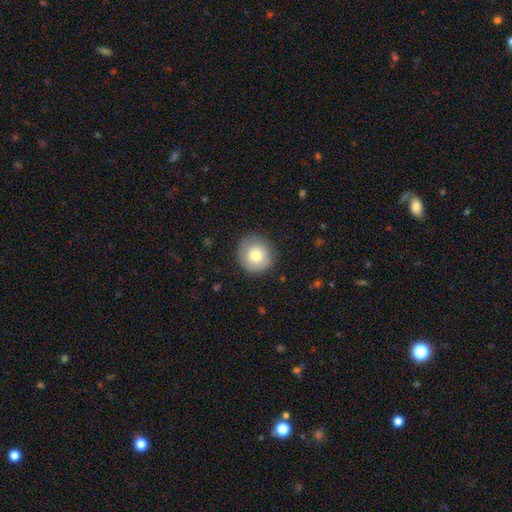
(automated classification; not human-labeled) The model was most divided on "smooth or featured": smooth: 74%, featured or disk: 17%, star or artifact: 8%. More confident: how rounded — round (93%); merging — none (85%).